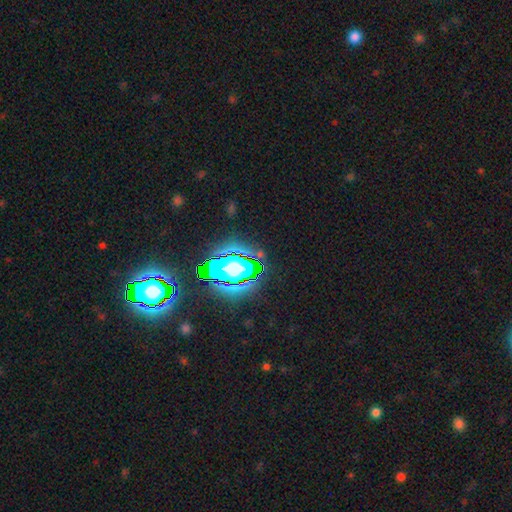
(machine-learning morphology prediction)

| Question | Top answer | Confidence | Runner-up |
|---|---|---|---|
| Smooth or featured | star or artifact | 63% | featured or disk (18%) |